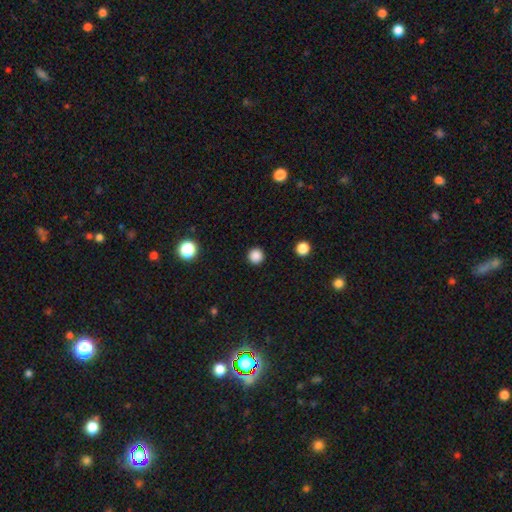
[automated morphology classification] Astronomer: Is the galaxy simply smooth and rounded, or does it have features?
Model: smooth — 86%.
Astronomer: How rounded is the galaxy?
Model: round — 96%.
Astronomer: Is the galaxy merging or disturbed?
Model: none — 93%.